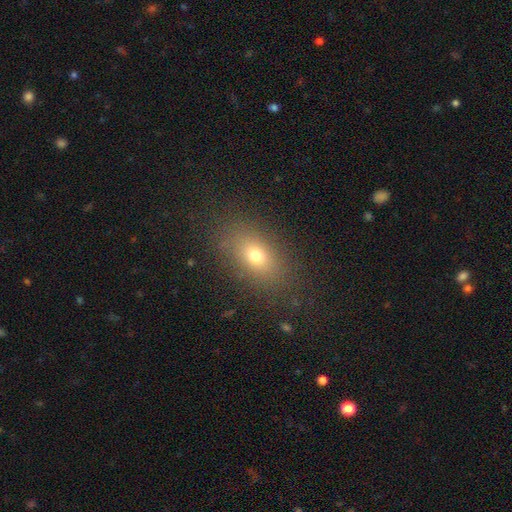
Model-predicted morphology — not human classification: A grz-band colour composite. It shows a smooth galaxy with no disk features (72%) that is in between round and cigar-shaped (79%). Merging: none (83%).